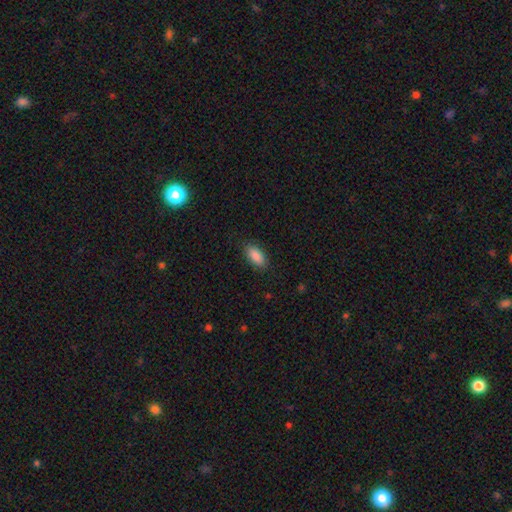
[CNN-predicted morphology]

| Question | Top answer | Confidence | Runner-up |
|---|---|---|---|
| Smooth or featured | smooth | 89% | star or artifact (7%) |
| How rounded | in between | 91% | cigar-shaped (6%) |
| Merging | none | 87% | minor disturbance (10%) |